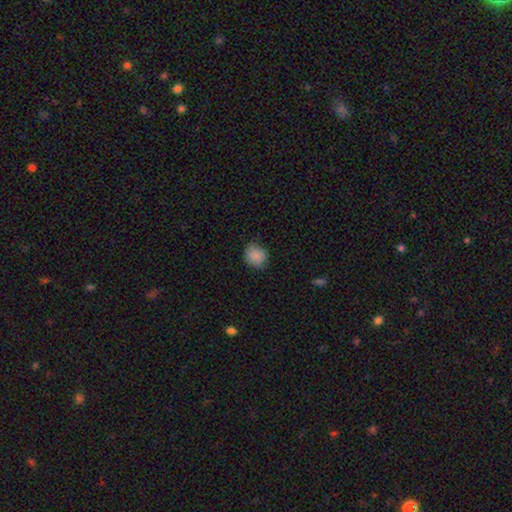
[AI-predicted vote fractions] Smooth or featured? Predicted: smooth (p=0.86). How rounded? Predicted: round (p=0.74). Merging? Predicted: none (p=0.76).